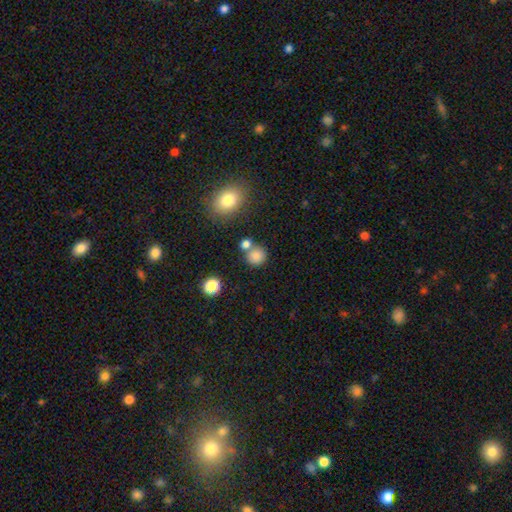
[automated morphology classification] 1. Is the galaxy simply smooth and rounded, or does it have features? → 81% smooth, 12% star or artifact, 7% featured or disk.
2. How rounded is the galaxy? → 88% round, 11% in between, 1% cigar-shaped.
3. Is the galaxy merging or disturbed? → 65% none, 22% merger, 10% minor disturbance, 3% major disturbance.